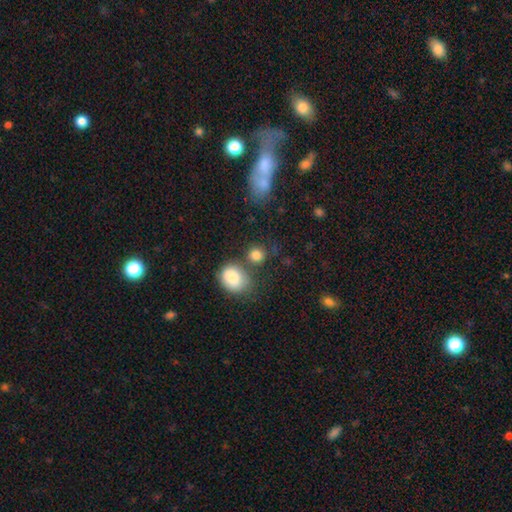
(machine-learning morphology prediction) Smooth or featured? smooth (81%)
How rounded? round (65%)
Merging? none (61%)